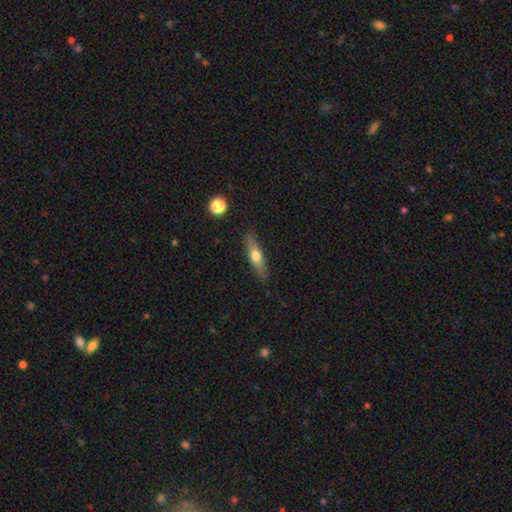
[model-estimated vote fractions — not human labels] Morphology: type=smooth (53%); roundness=cigar-shaped (70%); merging=none (85%).